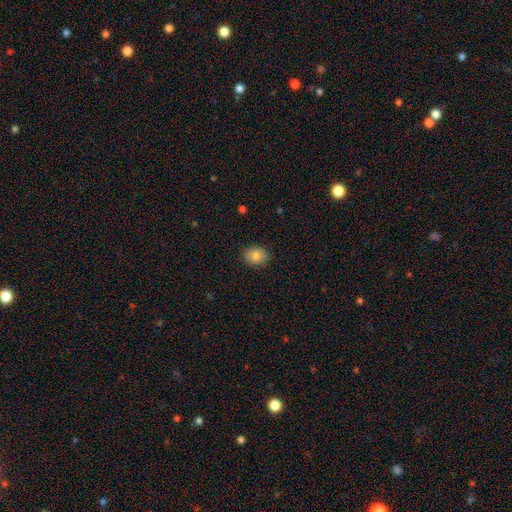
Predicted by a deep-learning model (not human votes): Smooth or featured? smooth (83%)
How rounded? in between (51%)
Merging? none (89%)